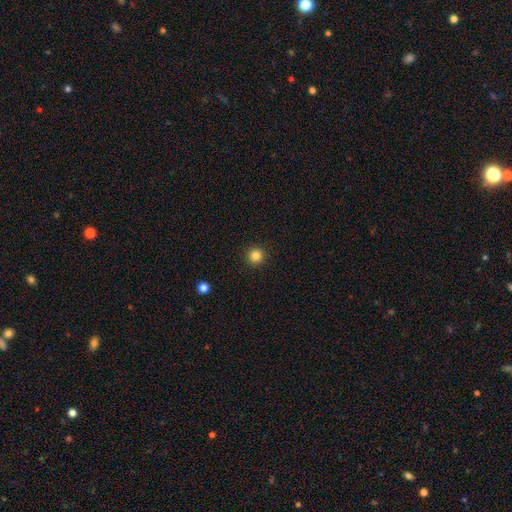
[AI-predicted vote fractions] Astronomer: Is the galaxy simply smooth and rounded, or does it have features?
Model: smooth — 84%.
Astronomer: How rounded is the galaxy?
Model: round — 96%.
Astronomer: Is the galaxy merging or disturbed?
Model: none — 93%.